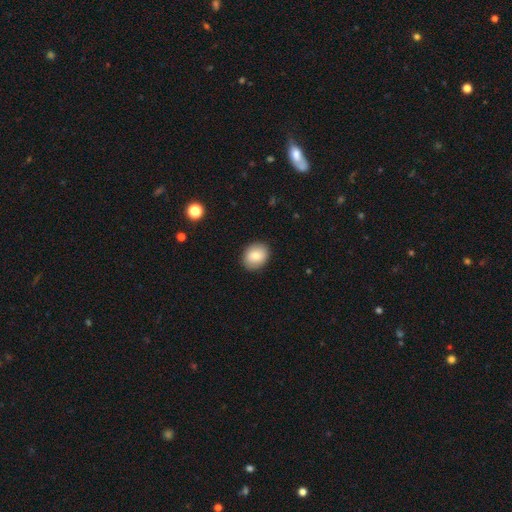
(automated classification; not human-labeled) This appears to be a smooth galaxy with no disk features (80%) that is round (52%). Merging: none (89%).